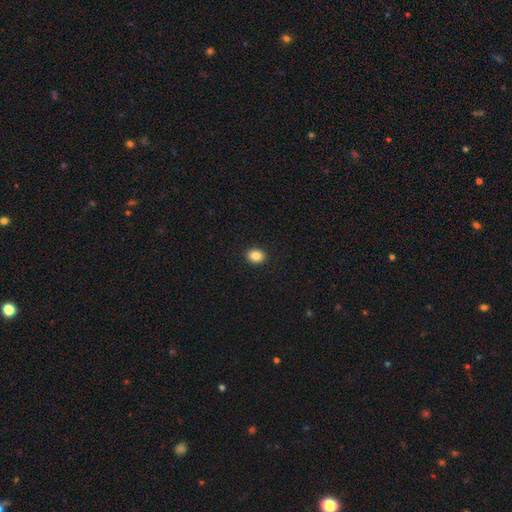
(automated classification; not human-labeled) smooth_or_featured: smooth (p=0.85) [alt: star or artifact p=0.09]
how_rounded: round (p=0.51) [alt: in between p=0.49]
merging: none (p=0.92) [alt: minor disturbance p=0.06]